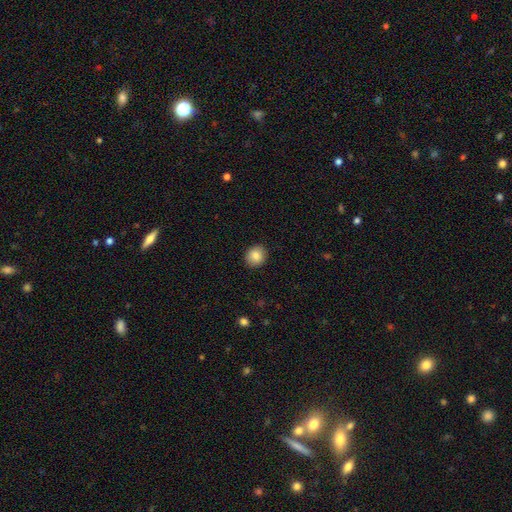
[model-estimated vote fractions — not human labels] smooth 86%, star or artifact 9%, featured or disk 6%. Down the decision tree: how rounded — round (79%); merging — none (91%).